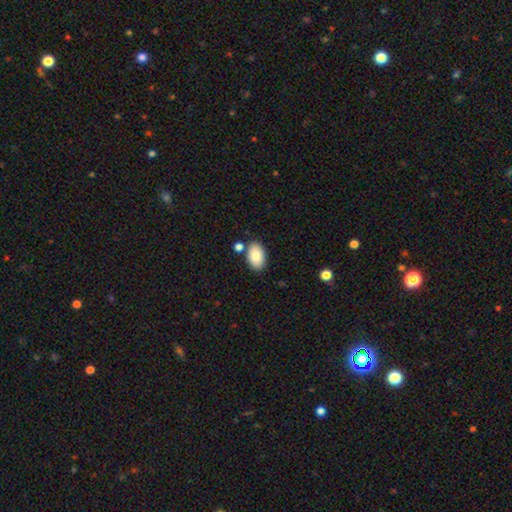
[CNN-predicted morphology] Smooth or featured? Predicted: smooth (p=0.86). How rounded? Predicted: in between (p=0.93). Merging? Predicted: none (p=0.78).